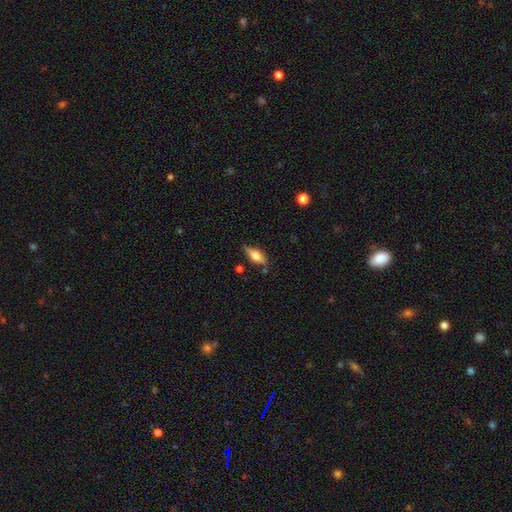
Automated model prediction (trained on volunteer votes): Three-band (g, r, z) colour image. It shows a smooth galaxy with no disk features (56%) that is in between round and cigar-shaped (66%). Merging: none (75%).